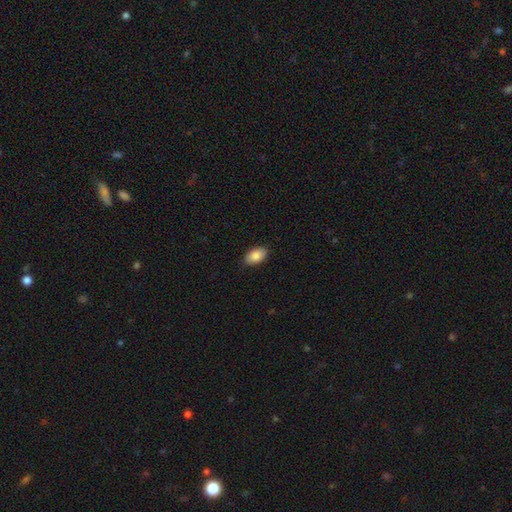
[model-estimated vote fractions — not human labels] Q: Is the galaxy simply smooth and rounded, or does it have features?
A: smooth — 86%.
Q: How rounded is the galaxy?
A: in between — 93%.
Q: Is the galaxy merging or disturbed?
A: none — 86%.